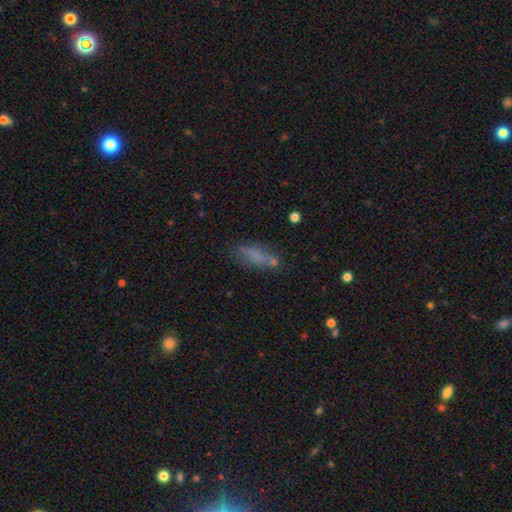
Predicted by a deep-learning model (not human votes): smooth-or-featured: smooth: 63% | featured or disk: 23% | star or artifact: 13%
  how-rounded: in between: 62% | cigar-shaped: 34% | round: 4%
  merging: none: 53% | minor disturbance: 22% | major disturbance: 13% | merger: 11%